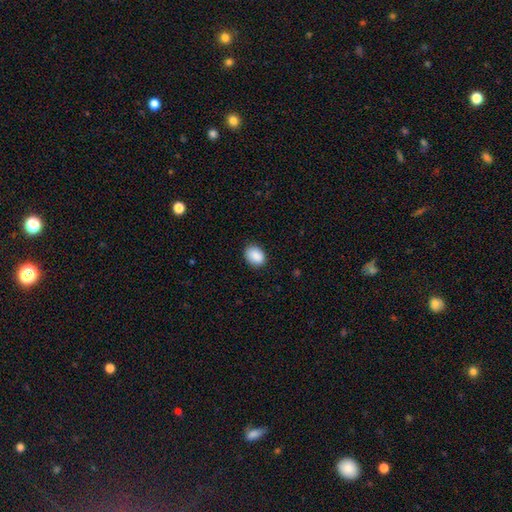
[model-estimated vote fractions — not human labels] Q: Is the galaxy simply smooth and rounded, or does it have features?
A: smooth — 89%.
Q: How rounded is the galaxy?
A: in between — 69%.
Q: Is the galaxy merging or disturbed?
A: none — 86%.